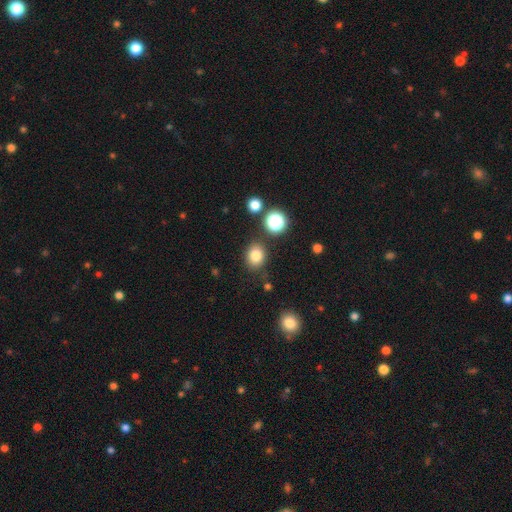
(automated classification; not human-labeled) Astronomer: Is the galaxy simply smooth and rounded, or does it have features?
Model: smooth — 81%.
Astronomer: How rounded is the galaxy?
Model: round — 58% (runner-up: in between, 41%).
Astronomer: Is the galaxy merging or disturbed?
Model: none — 81%.